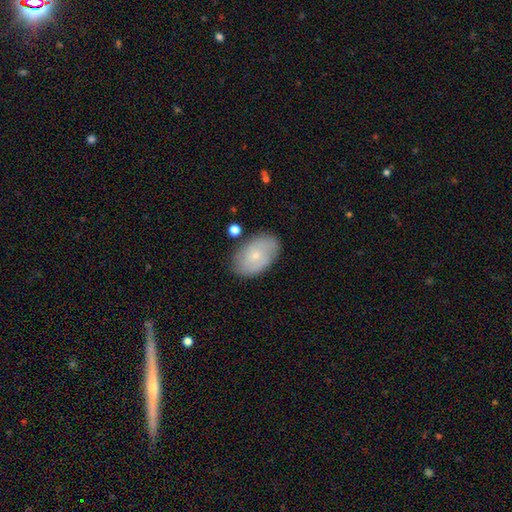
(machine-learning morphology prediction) smooth_or_featured: smooth (p=0.54) [alt: featured or disk p=0.39]
how_rounded: in between (p=0.90) [alt: round p=0.09]
merging: none (p=0.78) [alt: minor disturbance p=0.16]